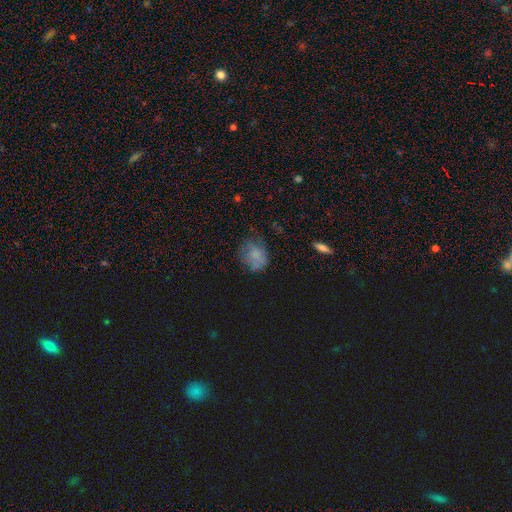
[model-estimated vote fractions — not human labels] A smooth galaxy with no disk features (66%) that is round (54%). Merging: none (55%).